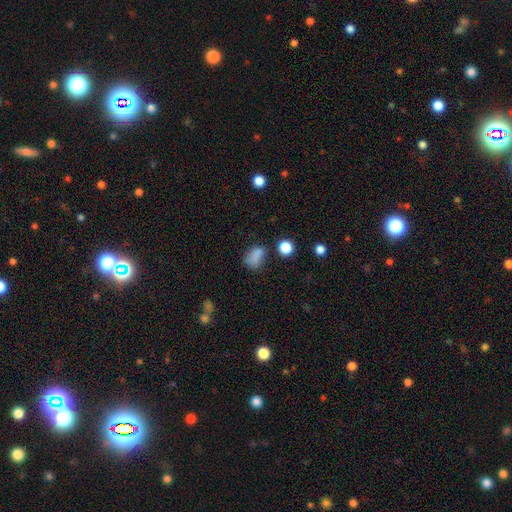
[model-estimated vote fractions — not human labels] Overall: smooth (76%). How rounded: in between (68%; round 30%). Merging: none (52%; minor disturbance 25%).